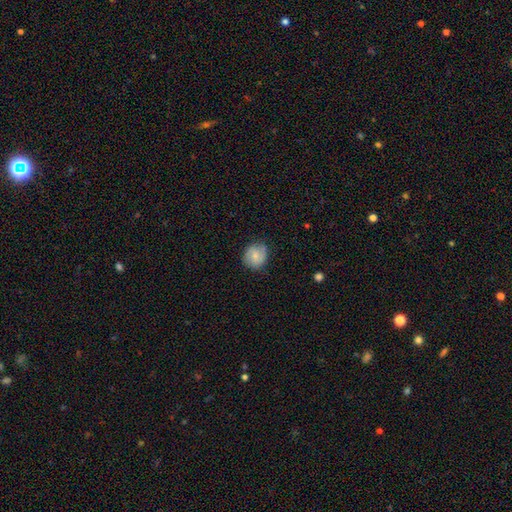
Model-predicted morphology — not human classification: smooth_or_featured: smooth (p=0.67) [alt: featured or disk p=0.26]
how_rounded: round (p=0.80) [alt: in between p=0.19]
merging: none (p=0.75) [alt: minor disturbance p=0.19]